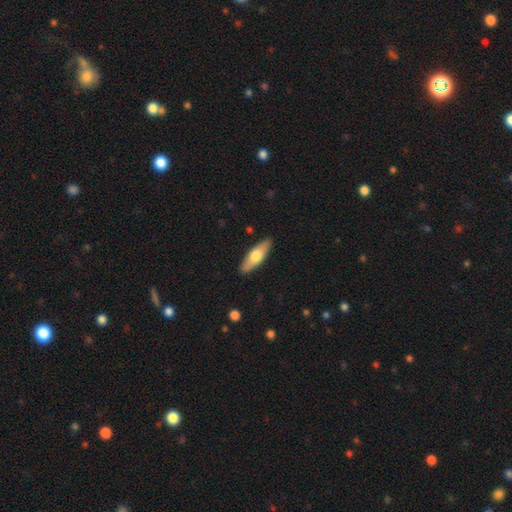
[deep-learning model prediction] Smooth or featured?
  - smooth: 62% *
  - featured or disk: 33%
  - star or artifact: 5%
How rounded?
  - in between: 53% *
  - cigar-shaped: 45%
  - round: 2%
Merging?
  - none: 89% *
  - minor disturbance: 8%
  - major disturbance: 2%
  - merger: 1%